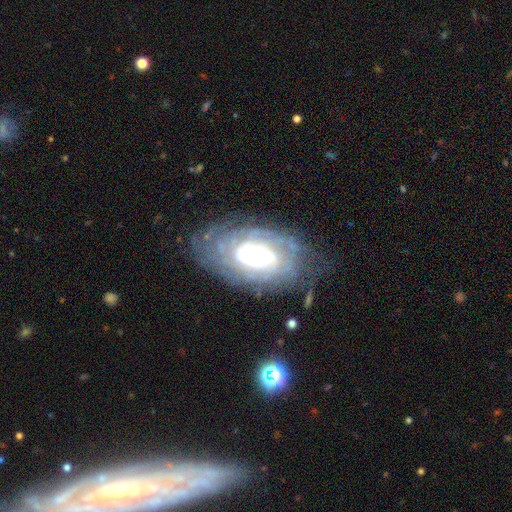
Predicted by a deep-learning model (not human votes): smooth-or-featured: featured or disk: 79% | smooth: 14% | star or artifact: 7%
  disk-edge-on: no: 95% | yes: 5%
    bar: no: 75% | weak: 19% | strong: 6%
    has-spiral-arms: yes: 87% | no: 13%
      spiral-winding: tight: 73% | medium: 20% | loose: 7%
      spiral-arm-count: can't tell: 53% | 2: 13% | more than 4: 10% | 4: 10% | 3: 9% | 1: 5%
    bulge-size: small: 53% | moderate: 29% | large: 13% | dominant: 3% | none: 2%
  merging: none: 67% | minor disturbance: 20% | major disturbance: 11% | merger: 2%